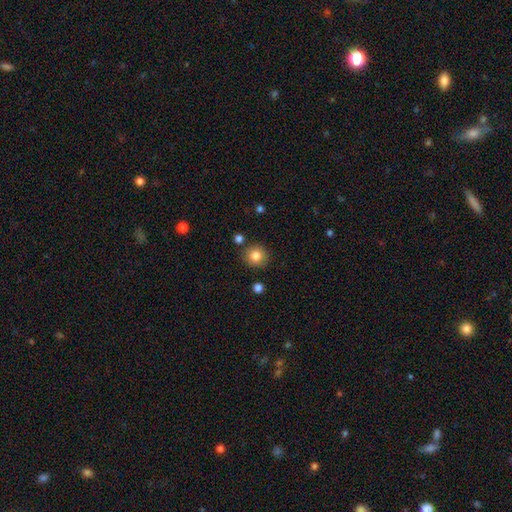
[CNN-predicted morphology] The model was most divided on "smooth or featured": smooth: 84%, star or artifact: 10%, featured or disk: 6%. More confident: how rounded — round (91%); merging — none (86%).